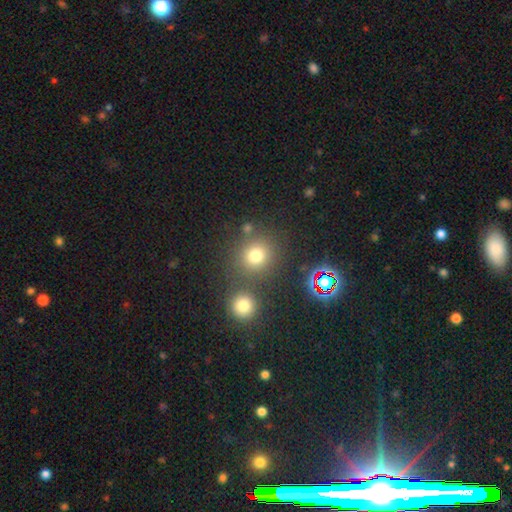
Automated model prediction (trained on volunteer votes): smooth-or-featured: smooth: 73% | star or artifact: 20% | featured or disk: 7%
  how-rounded: round: 88% | in between: 11% | cigar-shaped: 1%
  merging: none: 73% | merger: 16% | minor disturbance: 8% | major disturbance: 4%